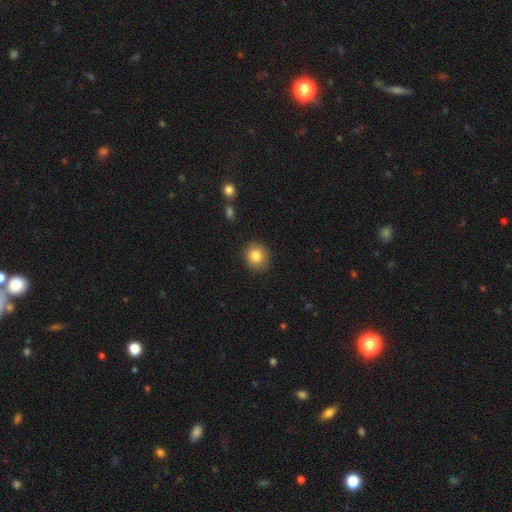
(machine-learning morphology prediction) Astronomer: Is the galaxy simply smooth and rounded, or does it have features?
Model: smooth — 83%.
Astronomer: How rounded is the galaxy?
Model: round — 78%.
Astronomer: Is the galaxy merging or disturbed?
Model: none — 88%.